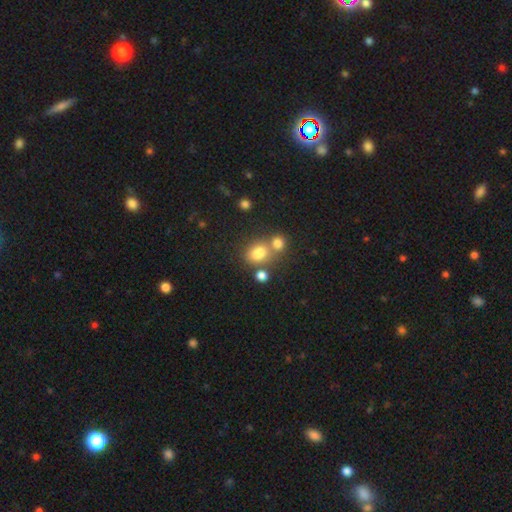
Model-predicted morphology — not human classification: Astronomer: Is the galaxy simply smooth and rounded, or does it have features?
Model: smooth — 60%.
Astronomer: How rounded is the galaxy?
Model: round — 73%.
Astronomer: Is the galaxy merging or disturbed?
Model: none — 50% (runner-up: merger, 39%).